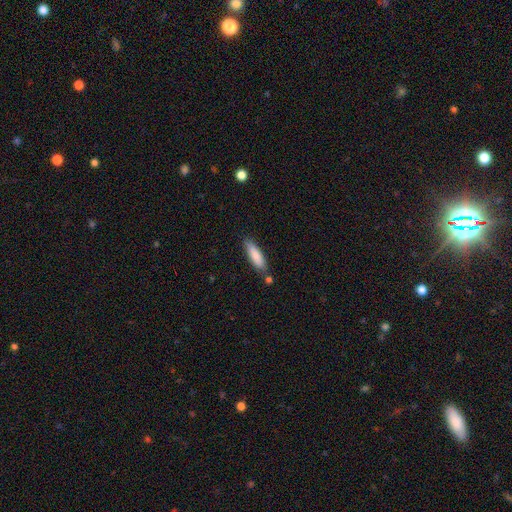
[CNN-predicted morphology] Q: Smooth or featured?
A: smooth (83%); runner-up: featured or disk (11%)
Q: How rounded?
A: cigar-shaped (60%); runner-up: in between (38%)
Q: Merging?
A: none (75%); runner-up: minor disturbance (15%)